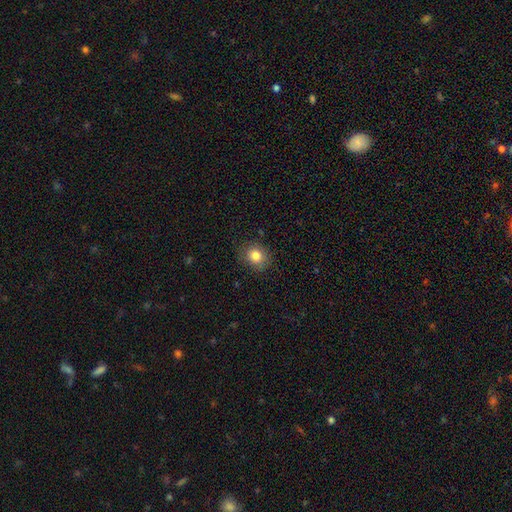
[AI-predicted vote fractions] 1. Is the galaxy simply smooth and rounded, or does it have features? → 82% smooth, 10% star or artifact, 7% featured or disk.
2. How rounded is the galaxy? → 70% round, 29% in between, 1% cigar-shaped.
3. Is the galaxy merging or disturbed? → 84% none, 12% minor disturbance, 3% major disturbance, 1% merger.